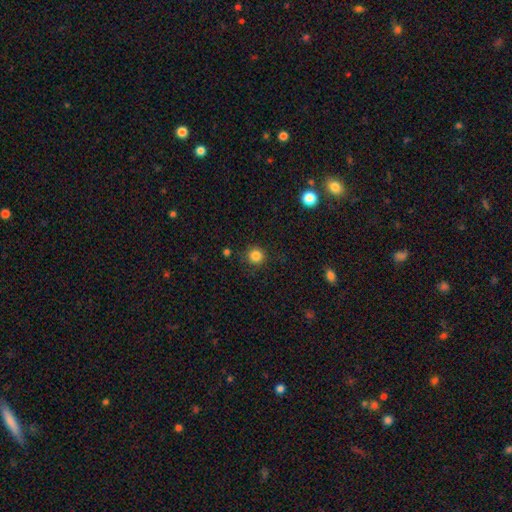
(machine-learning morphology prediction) smooth_or_featured: smooth (p=0.85) [alt: star or artifact p=0.11]
how_rounded: round (p=0.94) [alt: in between p=0.05]
merging: none (p=0.88) [alt: minor disturbance p=0.08]